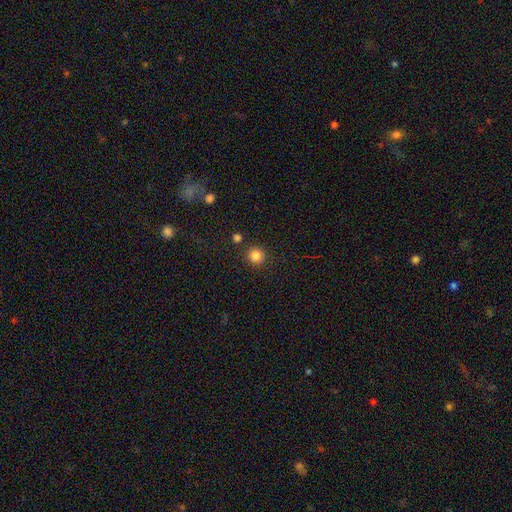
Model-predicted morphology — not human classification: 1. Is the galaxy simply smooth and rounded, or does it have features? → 84% smooth, 12% star or artifact, 4% featured or disk.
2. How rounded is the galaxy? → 94% round, 5% in between, 1% cigar-shaped.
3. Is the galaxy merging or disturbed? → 88% none, 6% minor disturbance, 3% merger, 2% major disturbance.